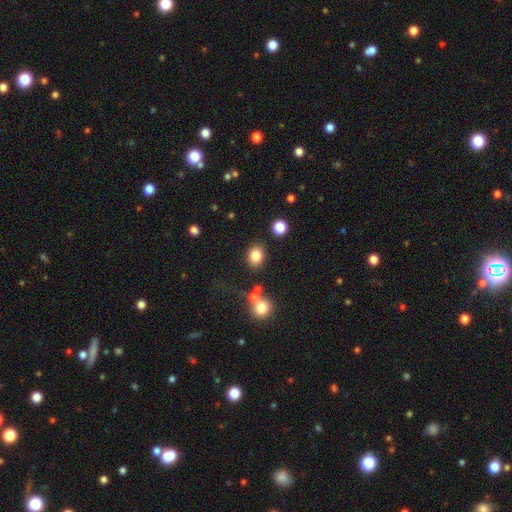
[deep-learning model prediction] Q: Smooth or featured?
A: smooth (83%); runner-up: star or artifact (11%)
Q: How rounded?
A: round (52%); runner-up: in between (47%)
Q: Merging?
A: none (80%); runner-up: minor disturbance (10%)